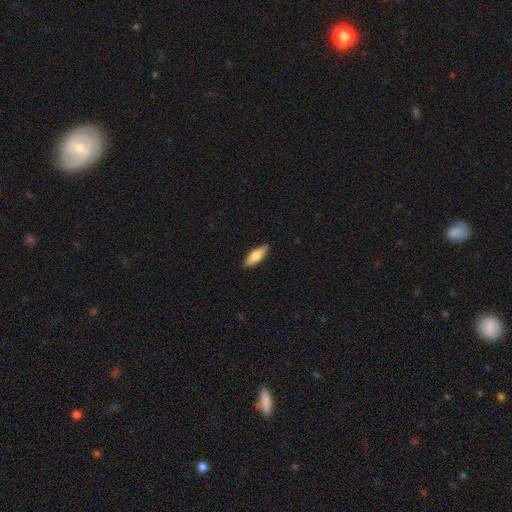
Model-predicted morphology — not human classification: type=smooth (66%); roundness=in between (57%); merging=none (89%).